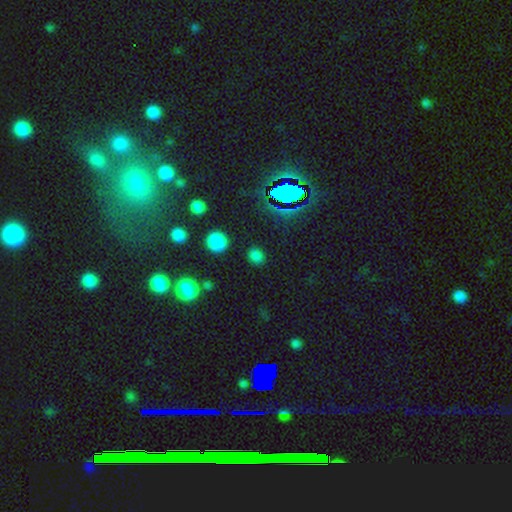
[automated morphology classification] This is likely a smooth galaxy (69%). How rounded: likely round (80%). Merging: clearly none (86%).